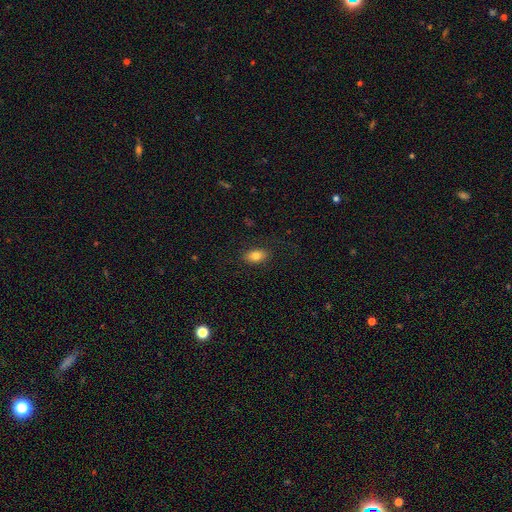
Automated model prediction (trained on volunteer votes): This appears to be a smooth galaxy with no disk features (82%) that is in between round and cigar-shaped (90%). Merging: none (86%).